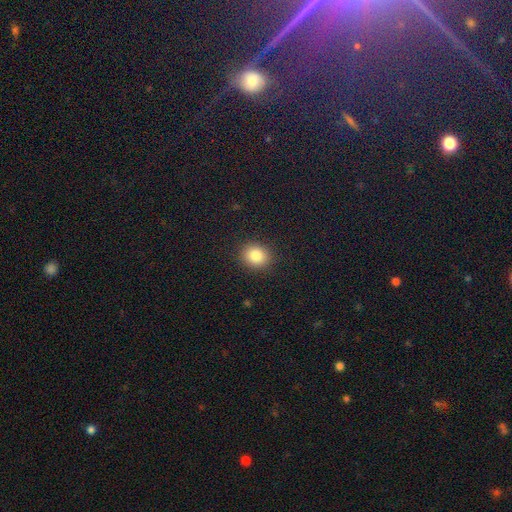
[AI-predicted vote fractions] smooth 84%, star or artifact 10%, featured or disk 6%. Down the decision tree: how rounded — round (73%); merging — none (90%).